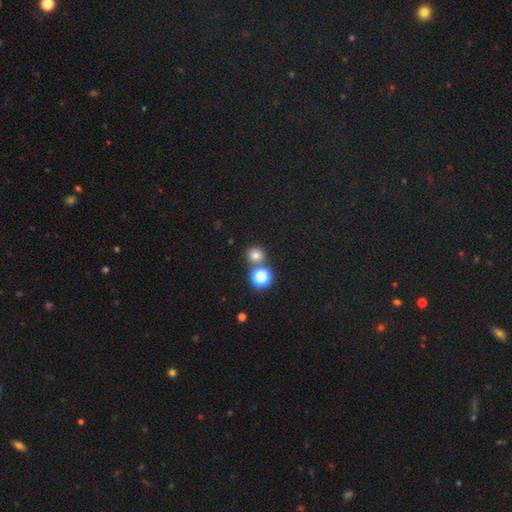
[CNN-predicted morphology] This is likely a smooth galaxy (73%). How rounded: clearly round (87%). Merging: likely none (75%).